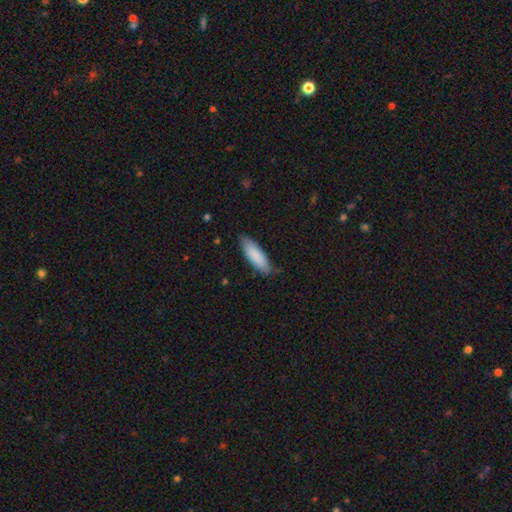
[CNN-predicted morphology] A smooth galaxy with no disk features (87%) that is in between round and cigar-shaped (56%). Merging: none (81%).